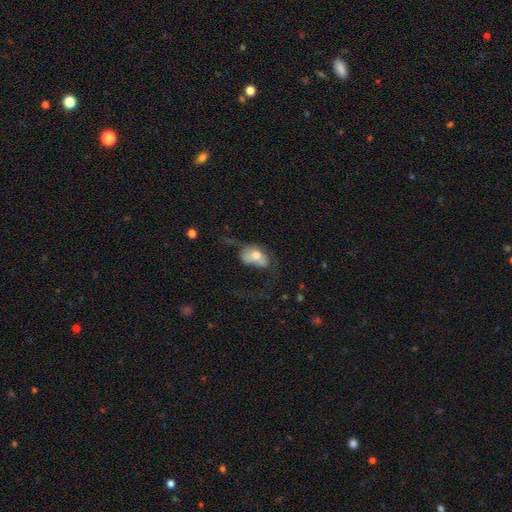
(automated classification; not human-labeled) The model was most divided on "merging": major disturbance: 49%, none: 23%, minor disturbance: 22%, merger: 6%. More confident: how rounded — in between (83%); smooth or featured — smooth (61%).